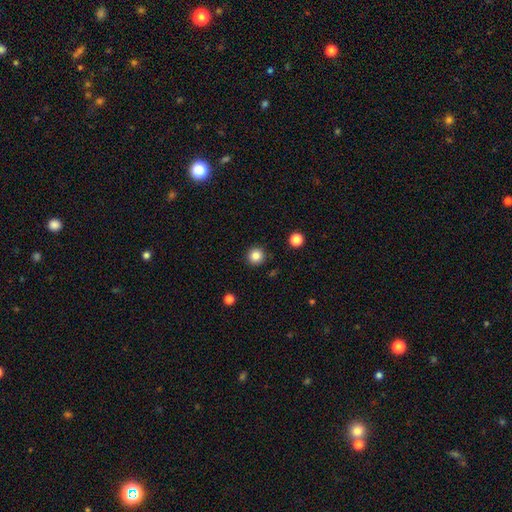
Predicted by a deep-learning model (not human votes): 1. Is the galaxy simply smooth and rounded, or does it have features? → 84% smooth, 11% star or artifact, 5% featured or disk.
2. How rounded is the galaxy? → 95% round, 4% in between, 1% cigar-shaped.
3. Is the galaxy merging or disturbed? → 91% none, 6% minor disturbance, 2% major disturbance, 2% merger.